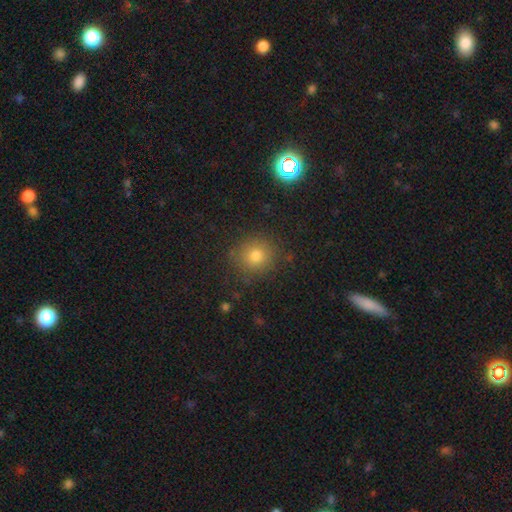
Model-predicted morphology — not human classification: Smooth or featured: smooth — 75% (star or artifact — 17%)
How rounded: round — 88% (in between — 11%)
Merging: none — 86% (minor disturbance — 9%)